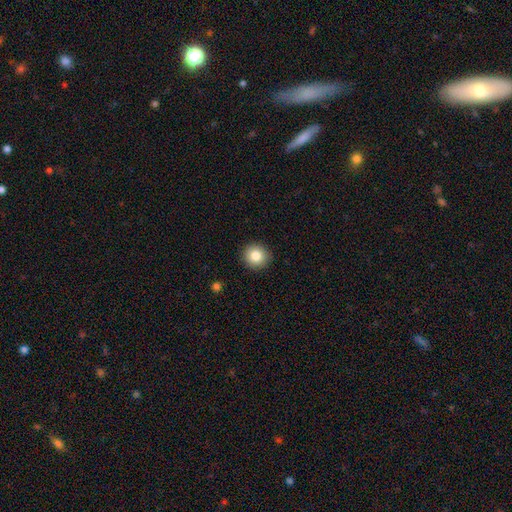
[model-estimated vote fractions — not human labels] Overall: smooth (83%). How rounded: round (92%). Merging: none (92%).